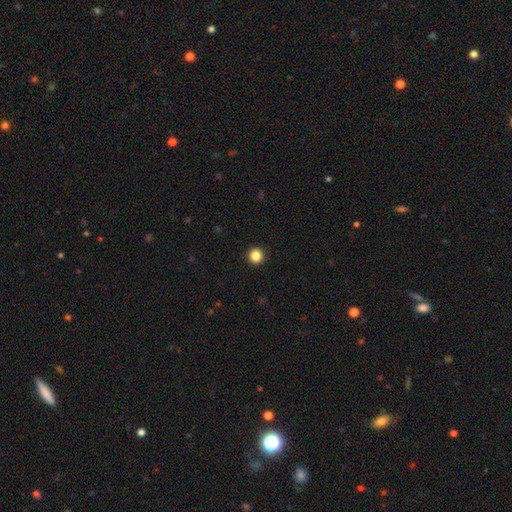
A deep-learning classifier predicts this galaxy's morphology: Smooth or featured: smooth — 85% (star or artifact — 11%)
How rounded: round — 95% (in between — 4%)
Merging: none — 94% (minor disturbance — 4%)